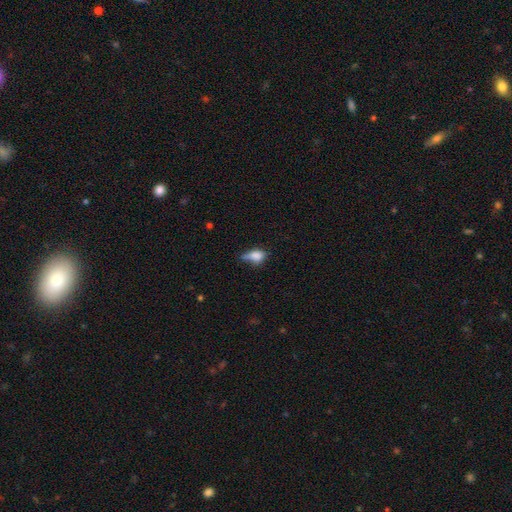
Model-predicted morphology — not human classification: Smooth or featured?
  - smooth: 73% *
  - featured or disk: 16%
  - star or artifact: 10%
How rounded?
  - in between: 75% *
  - round: 16%
  - cigar-shaped: 8%
Merging?
  - minor disturbance: 39% *
  - none: 34%
  - major disturbance: 20%
  - merger: 7%